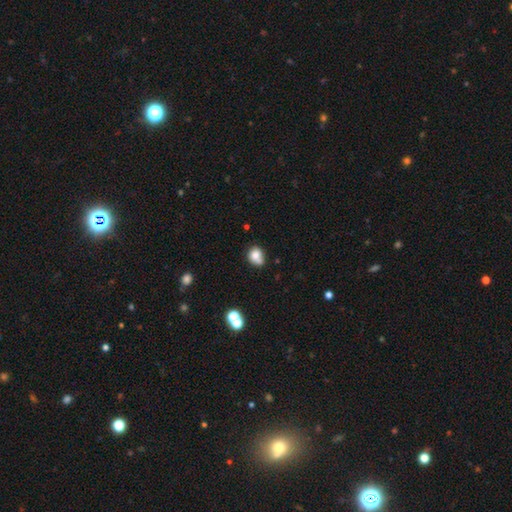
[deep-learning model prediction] A smooth galaxy with no disk features (78%) that is round (59%).

Vote fractions:
- Smooth or featured? smooth: 78% / featured or disk: 11% / star or artifact: 11%
- How rounded? round: 59% / in between: 40% / cigar-shaped: 1%
- Merging? none: 49% / minor disturbance: 26% / merger: 17% / major disturbance: 8%